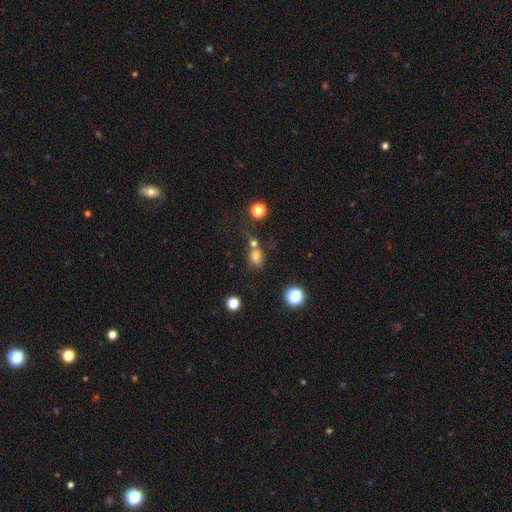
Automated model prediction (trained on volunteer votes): smooth 73%, star or artifact 16%, featured or disk 11%. Down the decision tree: how rounded — round (50%); merging — none (41%).